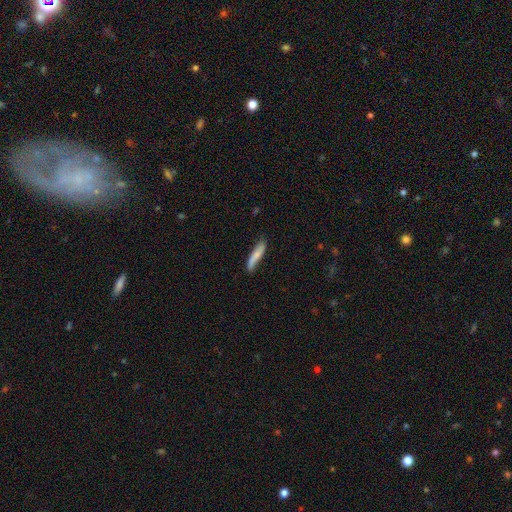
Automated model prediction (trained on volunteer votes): A smooth galaxy with no disk features (67%) that is cigar-shaped (85%).

Vote fractions:
- Smooth or featured? smooth: 67% / featured or disk: 28% / star or artifact: 6%
- How rounded? cigar-shaped: 85% / in between: 14% / round: 2%
- Merging? none: 66% / minor disturbance: 26% / major disturbance: 6% / merger: 3%